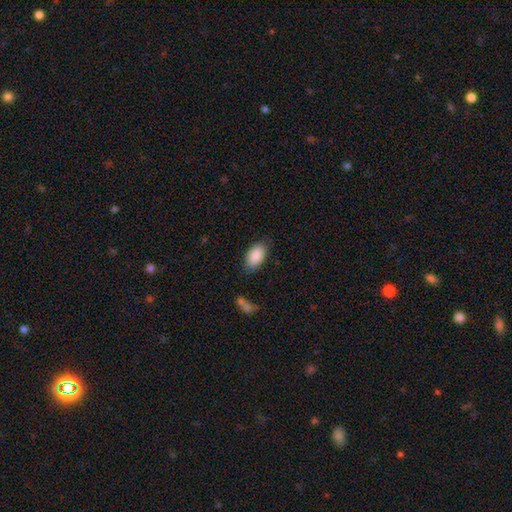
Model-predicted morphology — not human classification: A smooth galaxy with no disk features (89%) that is in between round and cigar-shaped (94%). Merging: none (80%).